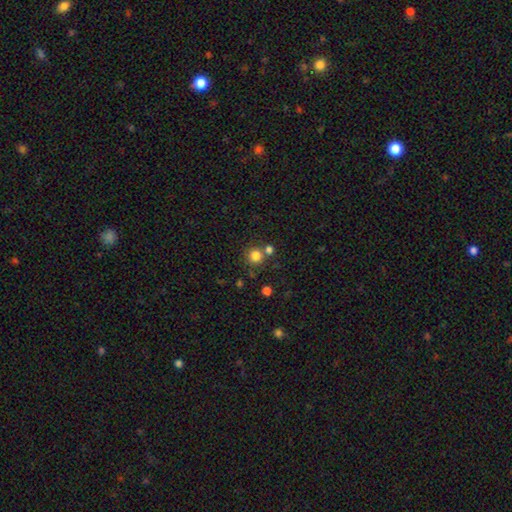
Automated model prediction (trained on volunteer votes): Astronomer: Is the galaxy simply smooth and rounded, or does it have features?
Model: smooth — 81%.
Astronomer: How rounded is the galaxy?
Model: round — 92%.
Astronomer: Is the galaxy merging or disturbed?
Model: none — 69%.